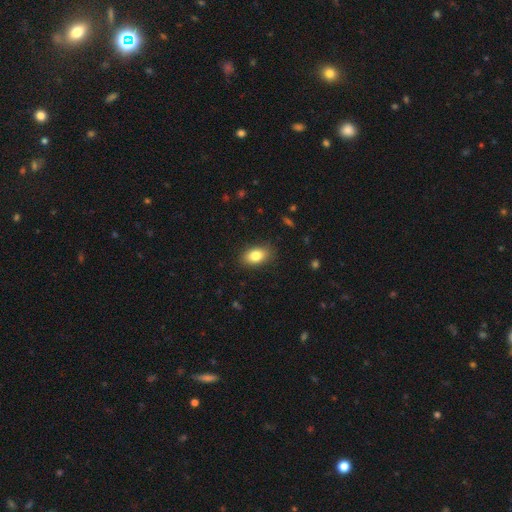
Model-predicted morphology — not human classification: Smooth or featured?
  - smooth: 83% *
  - featured or disk: 9%
  - star or artifact: 8%
How rounded?
  - in between: 88% *
  - round: 10%
  - cigar-shaped: 2%
Merging?
  - none: 86% *
  - minor disturbance: 10%
  - major disturbance: 3%
  - merger: 1%